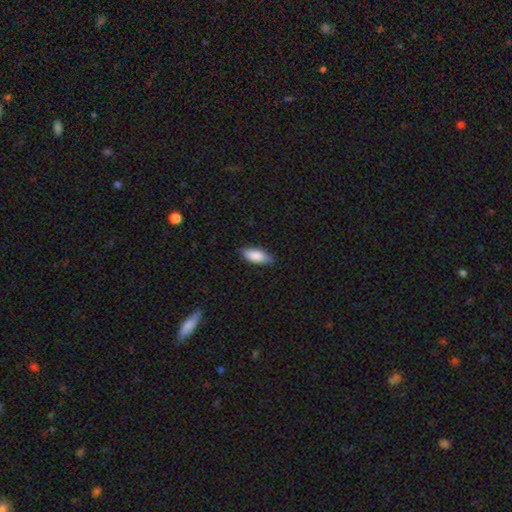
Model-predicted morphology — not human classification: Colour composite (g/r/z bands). It shows a smooth galaxy with no disk features (86%) that is in between round and cigar-shaped (77%). Merging: none (82%).